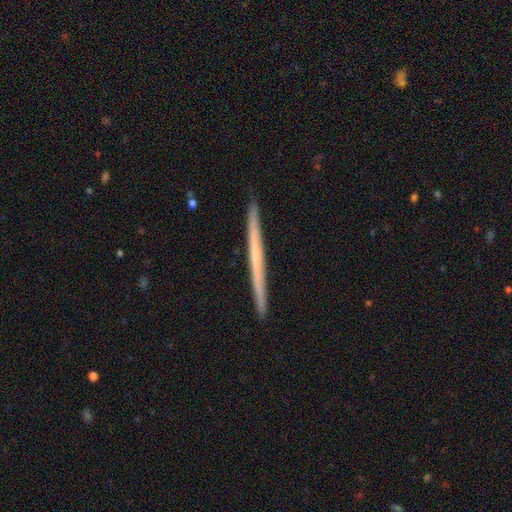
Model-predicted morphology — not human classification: The model was most divided on "smooth or featured": featured or disk: 55%, smooth: 40%, star or artifact: 6%. More confident: edge-on disk — yes (98%); merging — none (93%); edge-on bulge — none (90%).